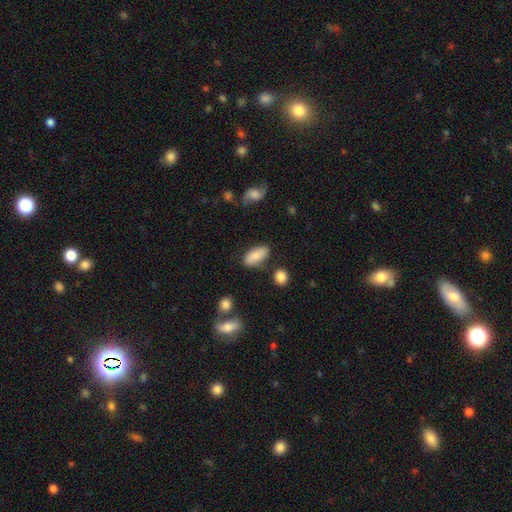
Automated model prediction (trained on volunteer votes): Q: Smooth or featured?
A: smooth (77%); runner-up: featured or disk (16%)
Q: How rounded?
A: in between (89%); runner-up: cigar-shaped (7%)
Q: Merging?
A: none (74%); runner-up: minor disturbance (17%)